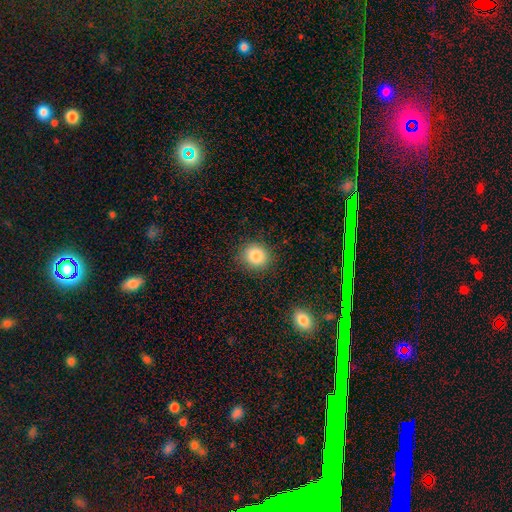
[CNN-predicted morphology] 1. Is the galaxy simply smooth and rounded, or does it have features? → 85% smooth, 10% star or artifact, 5% featured or disk.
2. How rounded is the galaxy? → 85% round, 14% in between, 1% cigar-shaped.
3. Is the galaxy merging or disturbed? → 89% none, 8% minor disturbance, 2% major disturbance, 1% merger.